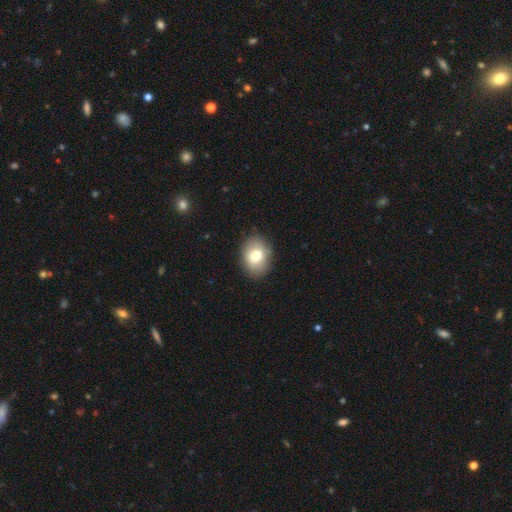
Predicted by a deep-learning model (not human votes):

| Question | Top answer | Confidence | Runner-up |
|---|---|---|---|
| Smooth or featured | smooth | 77% | featured or disk (15%) |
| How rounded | in between | 72% | round (27%) |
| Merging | none | 86% | minor disturbance (10%) |